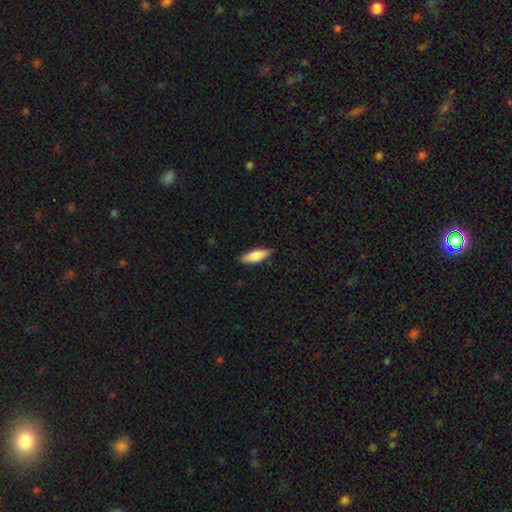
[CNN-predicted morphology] Smooth or featured?
  - smooth: 82% *
  - featured or disk: 12%
  - star or artifact: 6%
How rounded?
  - in between: 55% *
  - cigar-shaped: 43%
  - round: 2%
Merging?
  - none: 83% *
  - minor disturbance: 14%
  - major disturbance: 2%
  - merger: 1%